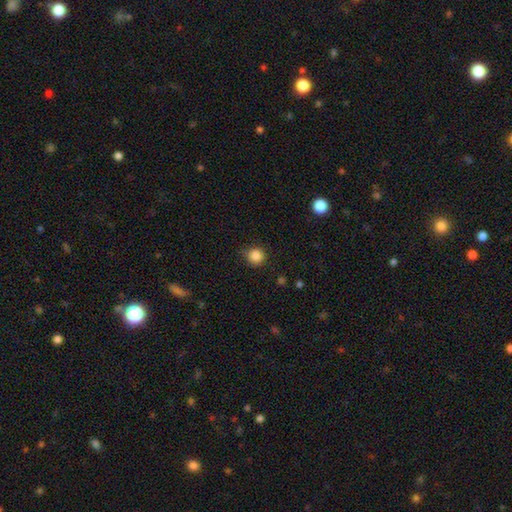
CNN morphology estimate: A smooth galaxy with no disk features (86%) that is round (94%). Merging: none (84%).